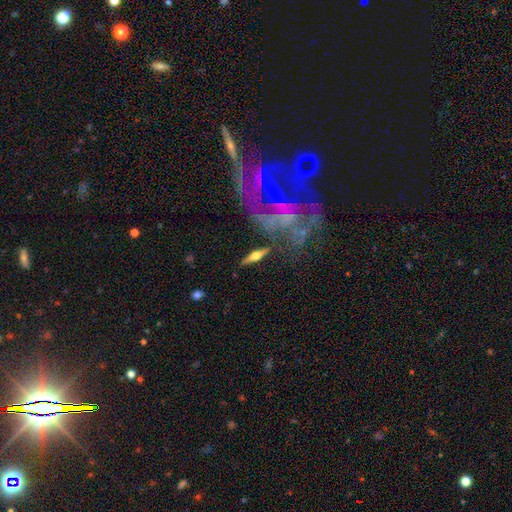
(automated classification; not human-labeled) The model was most divided on "smooth or featured": featured or disk: 60%, smooth: 33%, star or artifact: 7%. More confident: edge-on bulge — rounded (92%); edge-on disk — yes (89%); merging — none (81%).